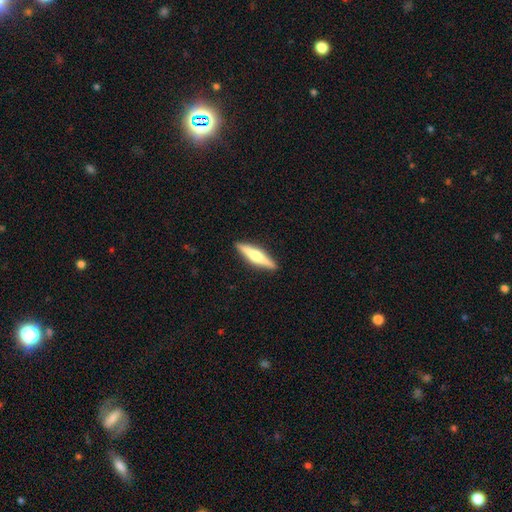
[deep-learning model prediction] Smooth or featured: featured or disk — 63% (smooth — 33%)
Edge-on disk: yes — 97% (no — 3%)
Edge-on bulge: rounded — 88% (boxy — 7%)
Merging: none — 92% (minor disturbance — 6%)